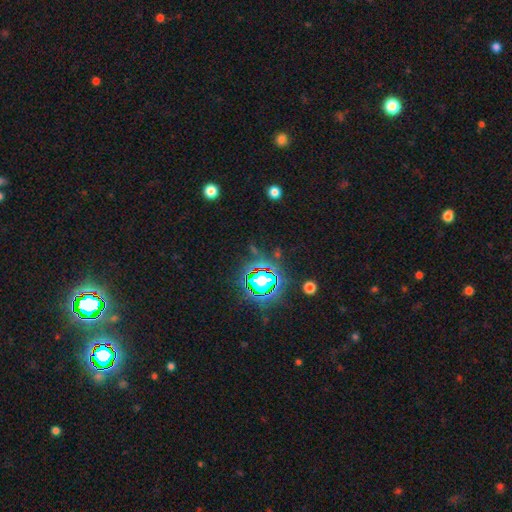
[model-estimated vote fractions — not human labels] smooth-or-featured: star or artifact: 78% | smooth: 14% | featured or disk: 8%